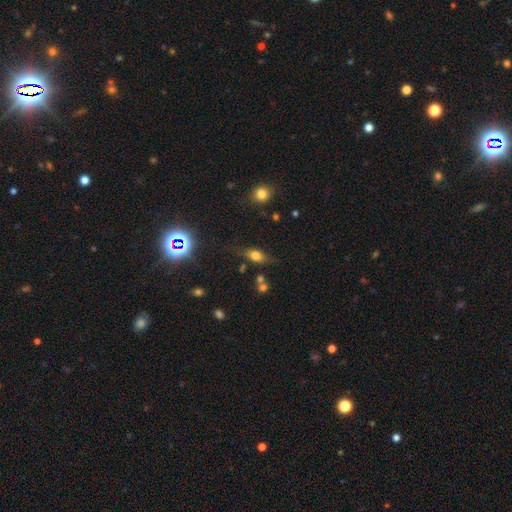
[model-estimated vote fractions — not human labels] The model was most divided on "merging": none: 68%, minor disturbance: 19%, major disturbance: 7%, merger: 6%. More confident: how rounded — in between (78%); smooth or featured — smooth (69%).